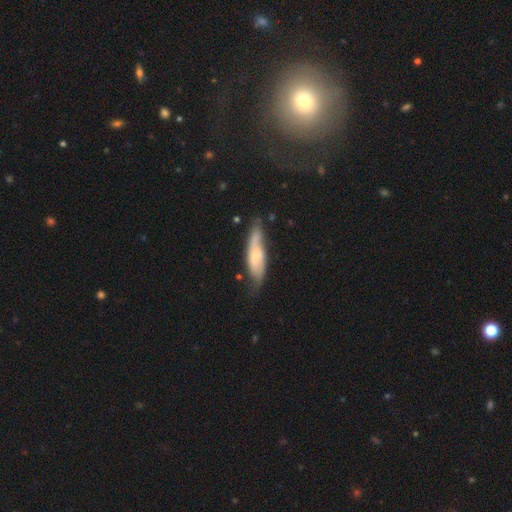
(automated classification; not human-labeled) This is possibly a featured or disk galaxy (50%). Merging: possibly none (56%).